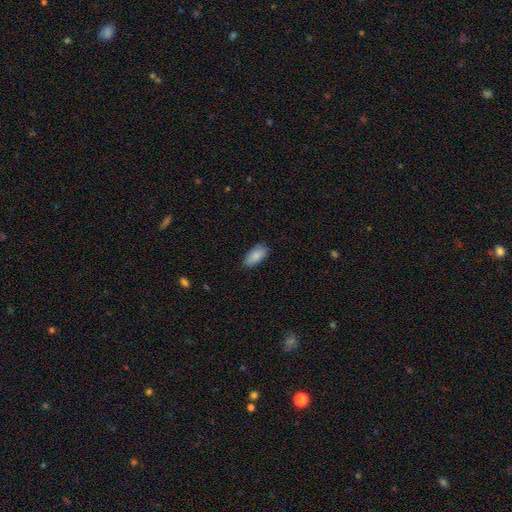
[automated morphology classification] Smooth or featured? smooth (86%)
How rounded? in between (89%)
Merging? none (80%)